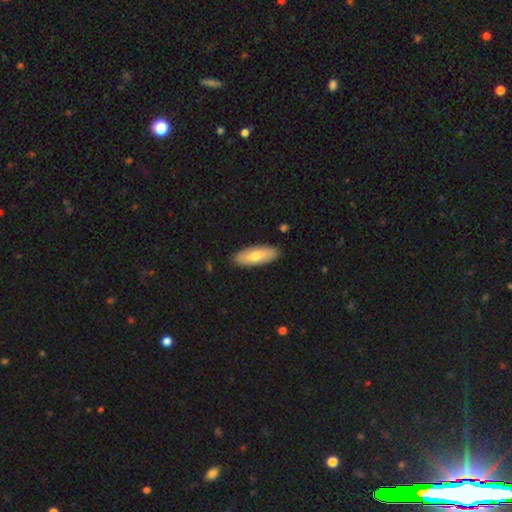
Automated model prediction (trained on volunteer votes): Overall: smooth (71%). How rounded: in between (74%). Merging: none (89%).